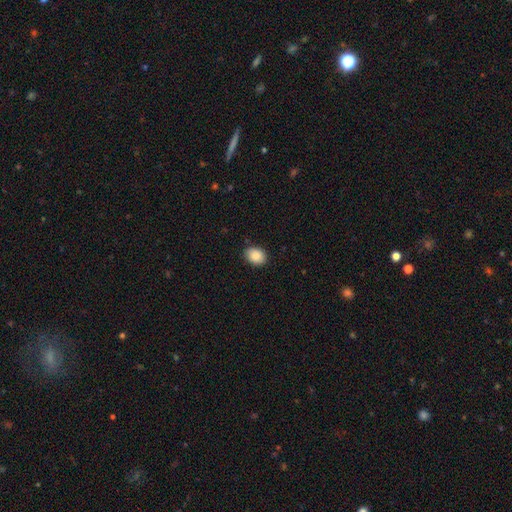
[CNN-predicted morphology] smooth_or_featured: smooth (p=0.90) [alt: star or artifact p=0.08]
how_rounded: in between (p=0.65) [alt: round p=0.34]
merging: none (p=0.86) [alt: minor disturbance p=0.11]